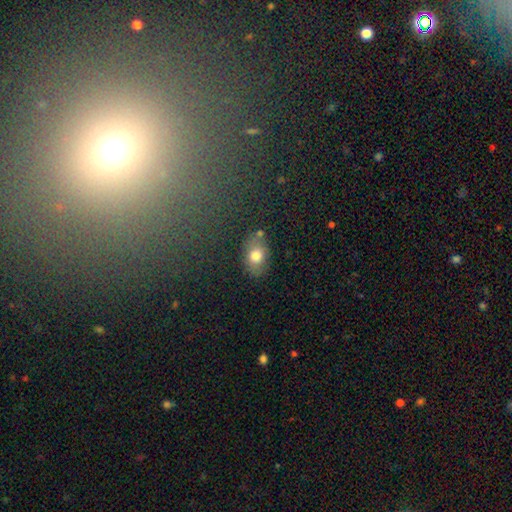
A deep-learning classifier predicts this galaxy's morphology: Smooth or featured: smooth — 77% (featured or disk — 14%)
How rounded: in between — 78% (round — 20%)
Merging: none — 73% (minor disturbance — 16%)